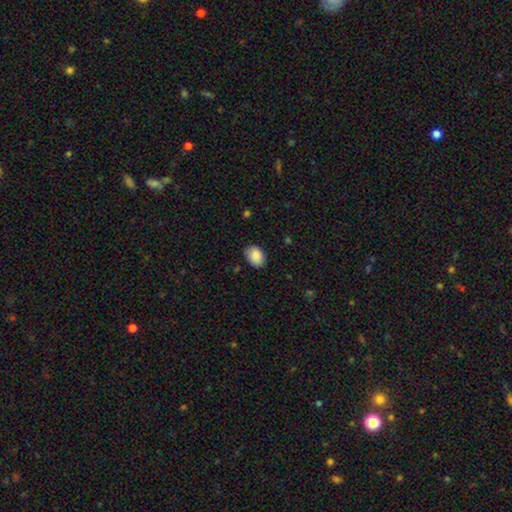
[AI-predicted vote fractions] A smooth galaxy with no disk features (89%) that is in between round and cigar-shaped (77%).

Vote fractions:
- Smooth or featured? smooth: 89% / star or artifact: 7% / featured or disk: 4%
- How rounded? in between: 77% / round: 22% / cigar-shaped: 1%
- Merging? none: 80% / minor disturbance: 16% / major disturbance: 3% / merger: 1%